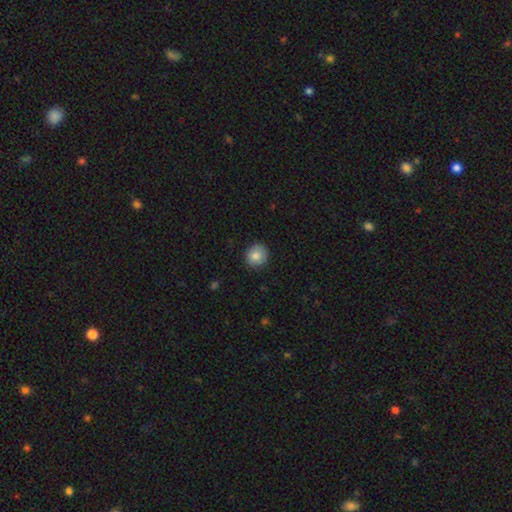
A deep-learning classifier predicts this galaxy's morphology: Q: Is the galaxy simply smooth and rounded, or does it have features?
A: smooth — 84%.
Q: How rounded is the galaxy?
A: round — 87%.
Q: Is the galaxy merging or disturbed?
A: none — 88%.